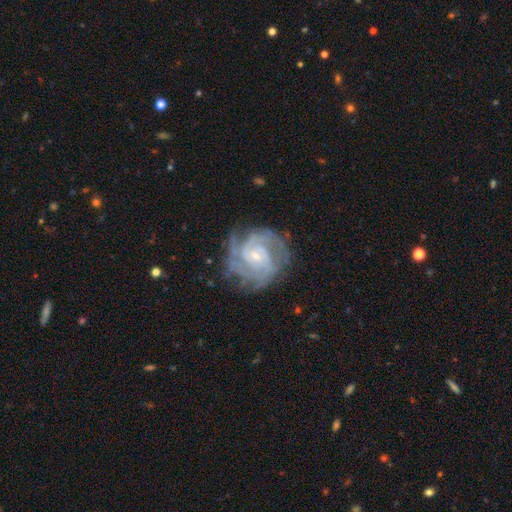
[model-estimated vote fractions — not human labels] smooth_or_featured: featured or disk (p=0.89) [alt: smooth p=0.06]
disk_edge_on: no (p=0.98) [alt: yes p=0.02]
bar: no (p=0.60) [alt: weak p=0.32]
has_spiral_arms: yes (p=0.97) [alt: no p=0.03]
spiral_winding: tight (p=0.64) [alt: medium p=0.31]
spiral_arm_count: 3 (p=0.27) [alt: 2 p=0.22]
bulge_size: small (p=0.76) [alt: moderate p=0.20]
merging: none (p=0.71) [alt: minor disturbance p=0.18]